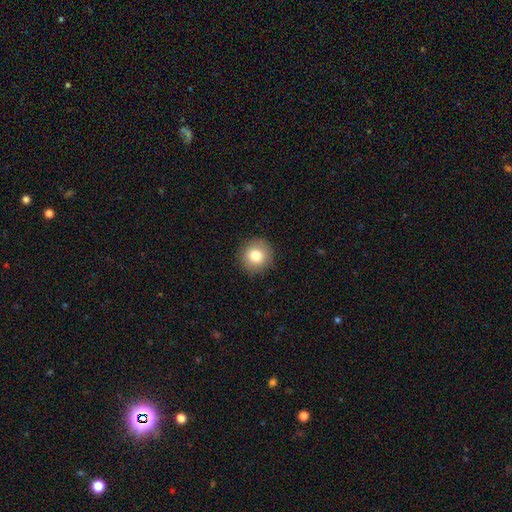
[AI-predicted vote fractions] Smooth or featured? Predicted: smooth (p=0.82). How rounded? Predicted: round (p=0.93). Merging? Predicted: none (p=0.91).